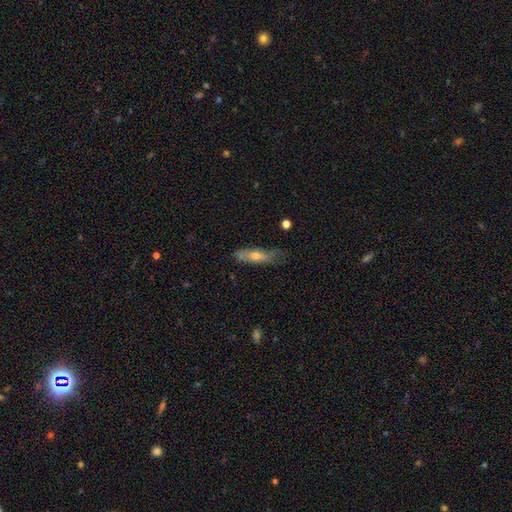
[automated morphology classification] This appears to be a smooth galaxy with no disk features (51%) that is cigar-shaped (64%). Merging: none (59%).